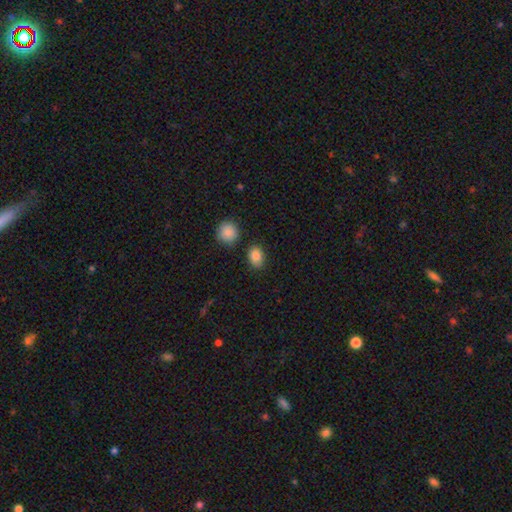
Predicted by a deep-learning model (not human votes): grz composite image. It shows a smooth galaxy with no disk features (86%) that is in between round and cigar-shaped (72%). Merging: none (79%).